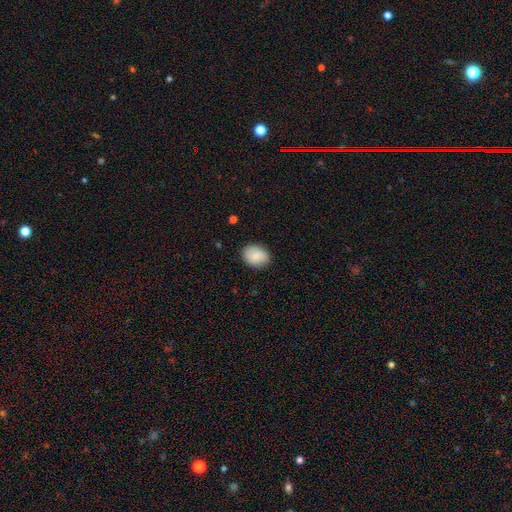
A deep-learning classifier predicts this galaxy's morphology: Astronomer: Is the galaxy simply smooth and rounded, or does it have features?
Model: smooth — 81%.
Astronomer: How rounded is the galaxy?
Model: in between — 65%.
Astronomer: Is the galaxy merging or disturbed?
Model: none — 85%.